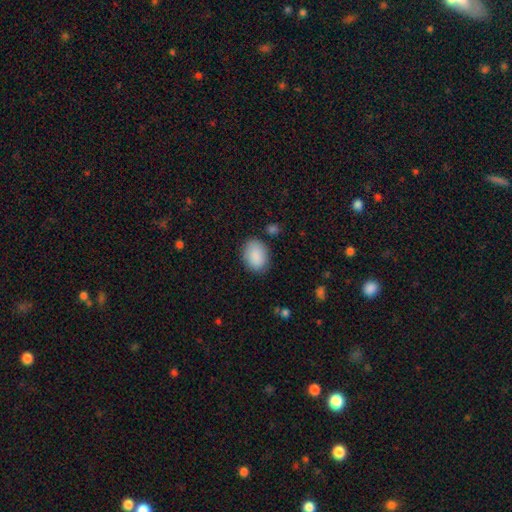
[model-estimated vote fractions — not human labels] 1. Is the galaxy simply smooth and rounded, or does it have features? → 89% smooth, 6% star or artifact, 4% featured or disk.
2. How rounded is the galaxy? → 78% in between, 21% round, 1% cigar-shaped.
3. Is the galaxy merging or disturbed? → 81% none, 13% minor disturbance, 4% major disturbance, 2% merger.